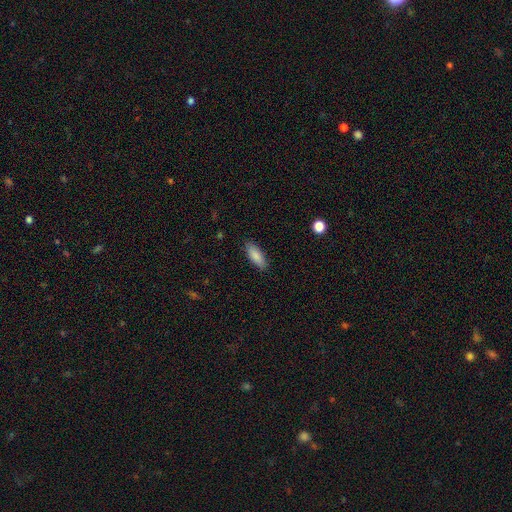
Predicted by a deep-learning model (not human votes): smooth_or_featured: smooth (p=0.87) [alt: featured or disk p=0.07]
how_rounded: in between (p=0.70) [alt: cigar-shaped p=0.28]
merging: none (p=0.87) [alt: minor disturbance p=0.10]